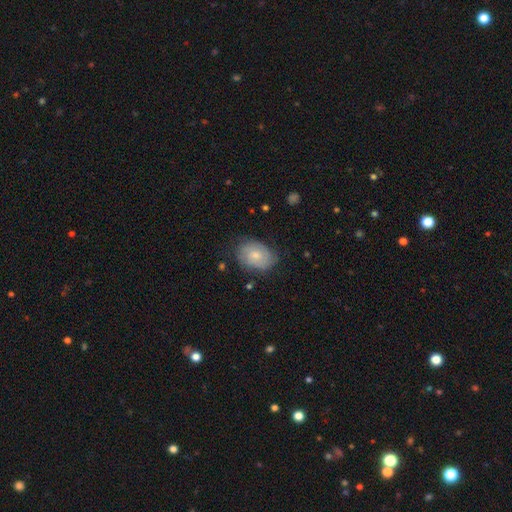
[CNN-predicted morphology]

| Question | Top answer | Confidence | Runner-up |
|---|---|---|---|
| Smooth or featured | smooth | 47% | featured or disk (46%) |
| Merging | none | 70% | minor disturbance (22%) |